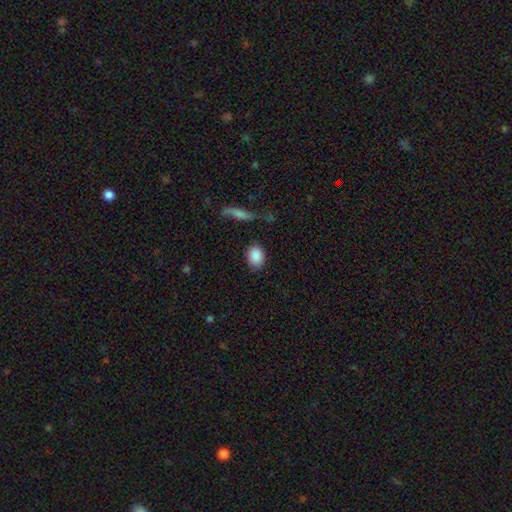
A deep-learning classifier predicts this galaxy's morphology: smooth-or-featured: smooth: 88% | star or artifact: 7% | featured or disk: 5%
  how-rounded: in between: 66% | round: 32% | cigar-shaped: 2%
  merging: none: 79% | minor disturbance: 12% | major disturbance: 4% | merger: 4%